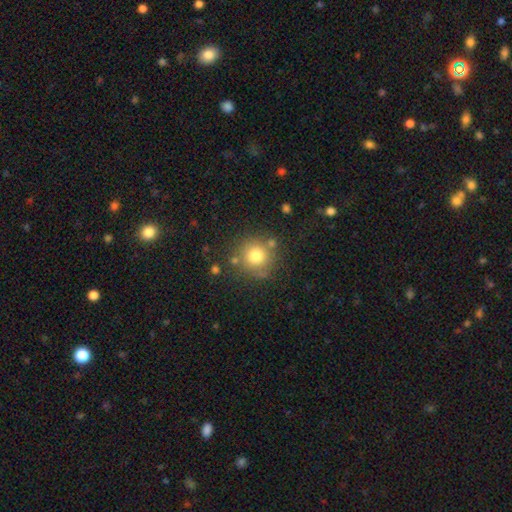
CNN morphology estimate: Q: Smooth or featured?
A: smooth (76%); runner-up: star or artifact (13%)
Q: How rounded?
A: round (93%); runner-up: in between (6%)
Q: Merging?
A: none (77%); runner-up: minor disturbance (11%)